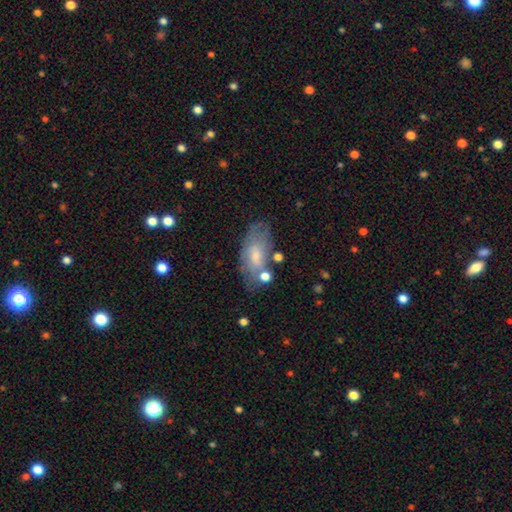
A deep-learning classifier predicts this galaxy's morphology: A smooth galaxy with no disk features (56%) that is in between round and cigar-shaped (89%). Merging: none (56%).